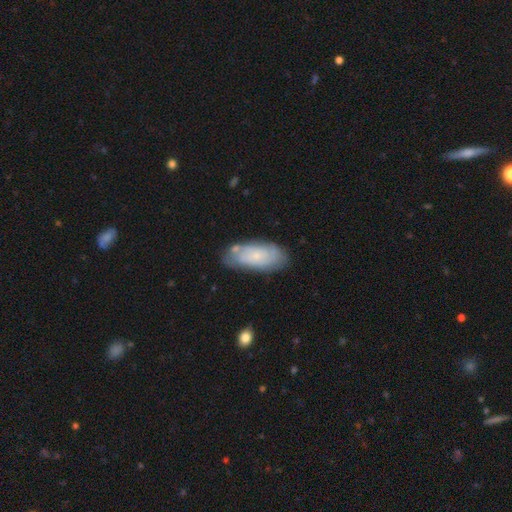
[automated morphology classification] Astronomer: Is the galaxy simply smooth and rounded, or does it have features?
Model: smooth — 49% (runner-up: featured or disk, 45%).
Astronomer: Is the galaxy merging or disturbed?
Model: none — 69%.